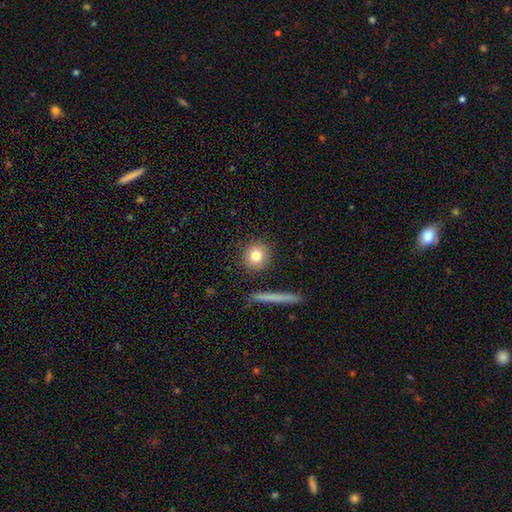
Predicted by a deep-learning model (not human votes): A smooth galaxy with no disk features (79%) that is round (91%). Merging: none (89%).